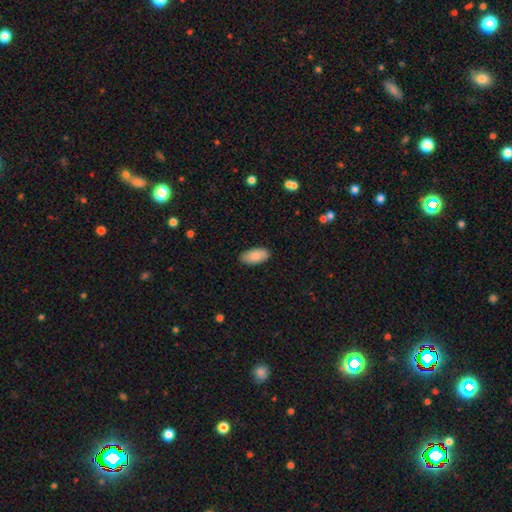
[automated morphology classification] Smooth or featured?
  - smooth: 88% *
  - star or artifact: 6%
  - featured or disk: 6%
How rounded?
  - in between: 95% *
  - cigar-shaped: 3%
  - round: 2%
Merging?
  - none: 88% *
  - minor disturbance: 9%
  - major disturbance: 2%
  - merger: 1%